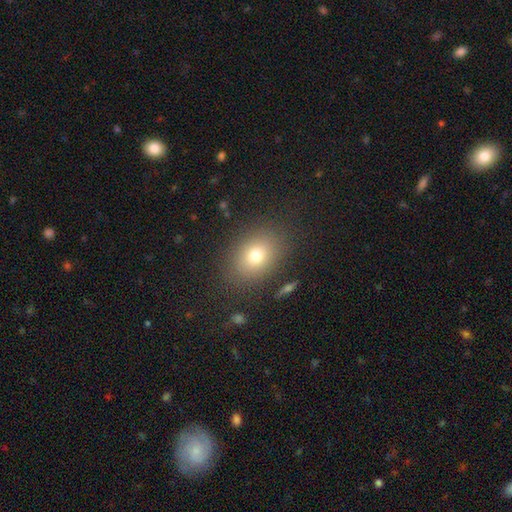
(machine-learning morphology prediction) Overall: smooth (76%). How rounded: in between (65%; round 34%). Merging: none (84%).